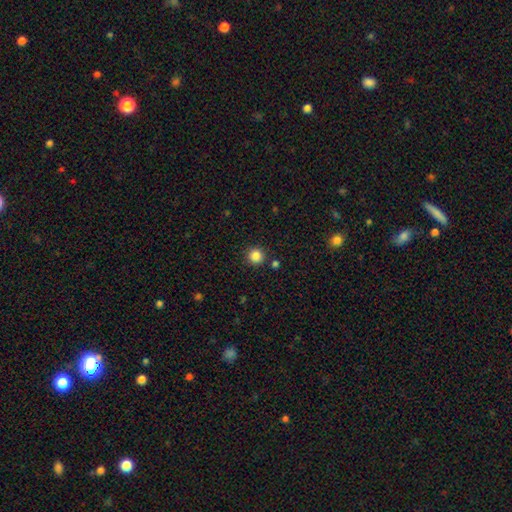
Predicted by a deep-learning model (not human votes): Smooth or featured? smooth (85%)
How rounded? round (95%)
Merging? none (89%)